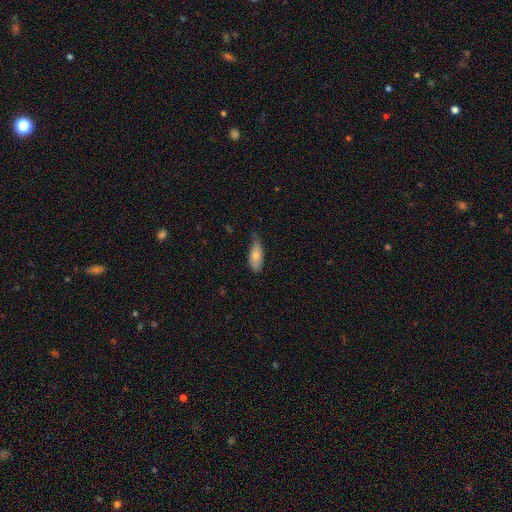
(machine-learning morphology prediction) Smooth or featured?
  - smooth: 77% *
  - featured or disk: 17%
  - star or artifact: 6%
How rounded?
  - in between: 82% *
  - cigar-shaped: 15%
  - round: 2%
Merging?
  - none: 59% *
  - minor disturbance: 35%
  - major disturbance: 5%
  - merger: 2%